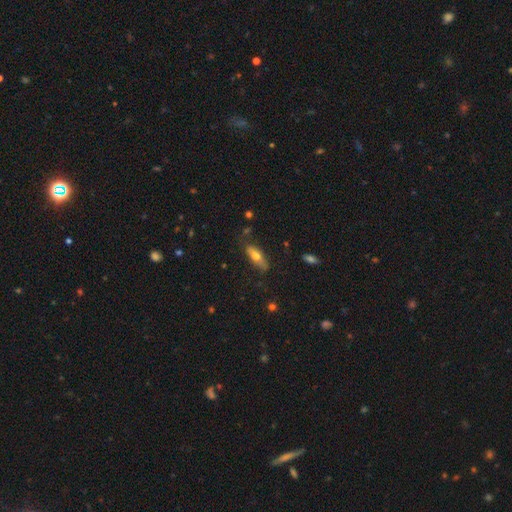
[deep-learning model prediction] Q: Smooth or featured?
A: smooth (64%); runner-up: featured or disk (29%)
Q: How rounded?
A: in between (62%); runner-up: cigar-shaped (36%)
Q: Merging?
A: none (74%); runner-up: minor disturbance (19%)